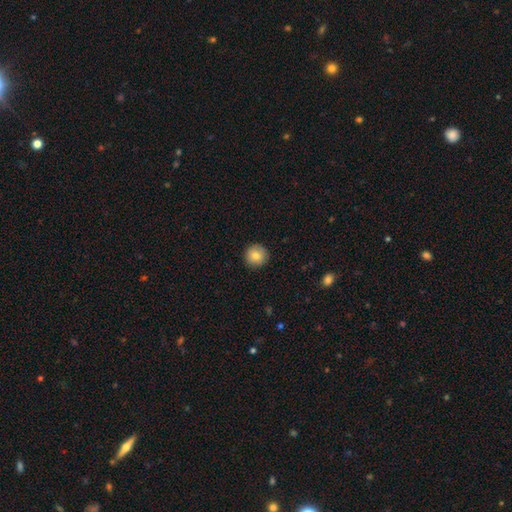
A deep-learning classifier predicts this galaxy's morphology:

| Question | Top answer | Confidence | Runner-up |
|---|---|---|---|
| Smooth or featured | smooth | 82% | featured or disk (10%) |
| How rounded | round | 95% | in between (4%) |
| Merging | none | 90% | minor disturbance (7%) |